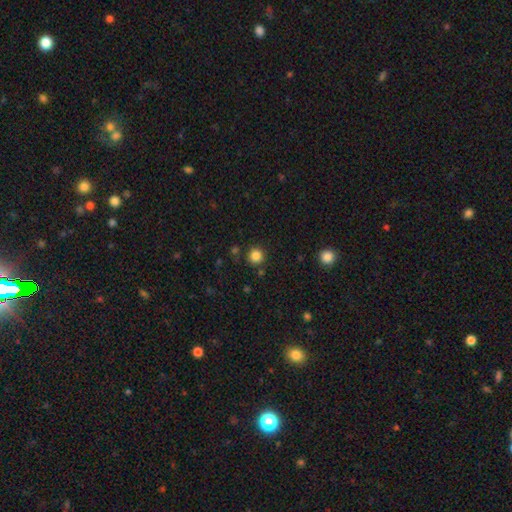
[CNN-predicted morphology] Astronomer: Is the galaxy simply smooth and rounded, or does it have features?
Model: smooth — 84%.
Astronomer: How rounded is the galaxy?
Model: round — 94%.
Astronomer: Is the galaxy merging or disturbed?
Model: none — 88%.